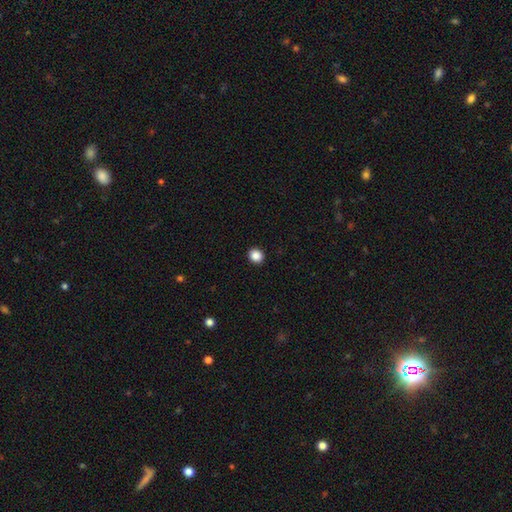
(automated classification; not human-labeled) Smooth or featured: smooth — 88% (star or artifact — 10%)
How rounded: round — 80% (in between — 19%)
Merging: none — 93% (minor disturbance — 5%)